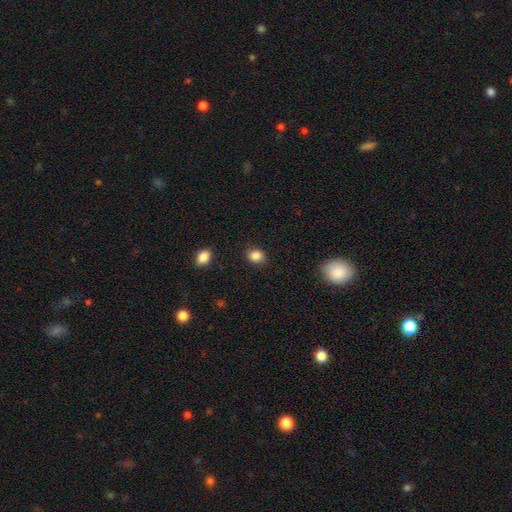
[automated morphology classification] Smooth or featured?
  - smooth: 86% *
  - star or artifact: 10%
  - featured or disk: 4%
How rounded?
  - in between: 51% *
  - round: 48%
  - cigar-shaped: 1%
Merging?
  - none: 85% *
  - minor disturbance: 11%
  - major disturbance: 3%
  - merger: 1%